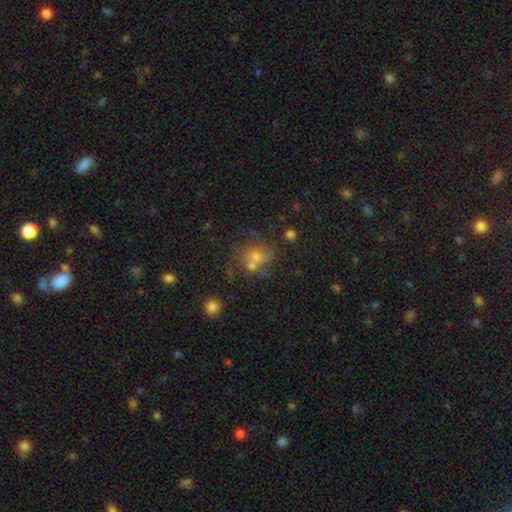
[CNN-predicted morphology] Smooth or featured? smooth (50%)
Merging? none (47%)